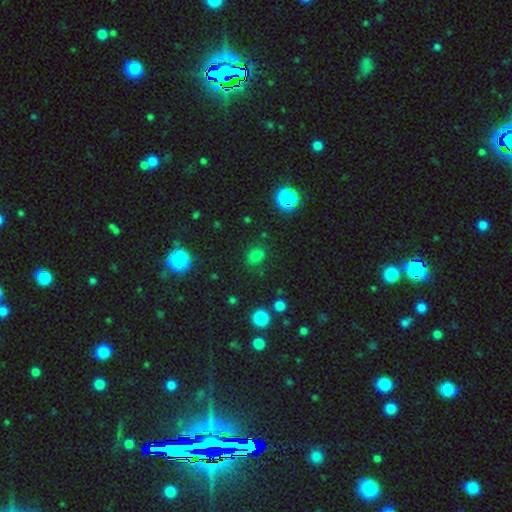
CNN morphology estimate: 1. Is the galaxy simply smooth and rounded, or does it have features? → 65% smooth, 28% star or artifact, 7% featured or disk.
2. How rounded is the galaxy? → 53% in between, 45% round, 2% cigar-shaped.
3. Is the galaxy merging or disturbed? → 72% none, 15% minor disturbance, 7% merger, 6% major disturbance.